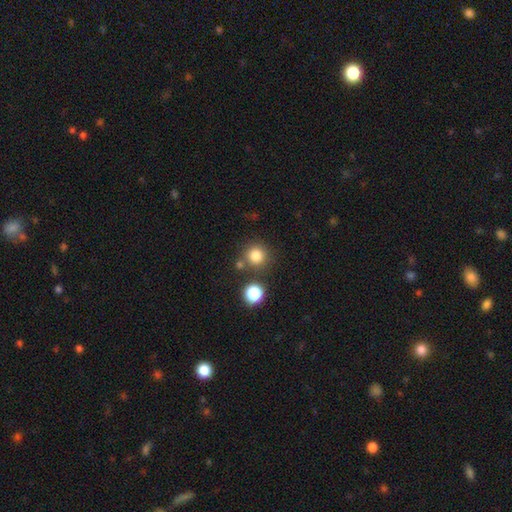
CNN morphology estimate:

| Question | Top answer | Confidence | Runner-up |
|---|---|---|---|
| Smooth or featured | smooth | 80% | star or artifact (13%) |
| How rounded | round | 93% | in between (6%) |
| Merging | none | 76% | merger (12%) |